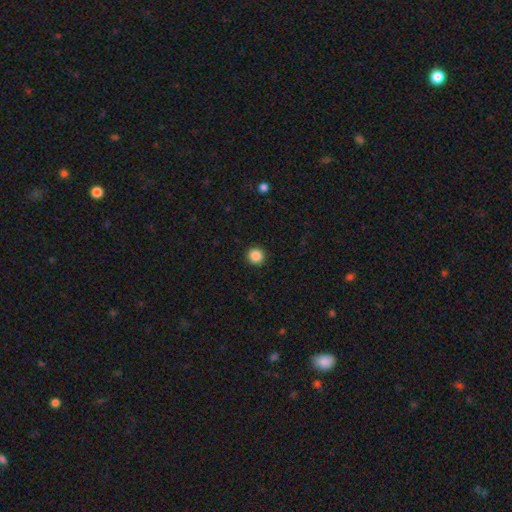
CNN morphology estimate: Smooth or featured?
  - smooth: 88% *
  - star or artifact: 10%
  - featured or disk: 3%
How rounded?
  - round: 94% *
  - in between: 5%
  - cigar-shaped: 1%
Merging?
  - none: 93% *
  - minor disturbance: 4%
  - major disturbance: 2%
  - merger: 1%